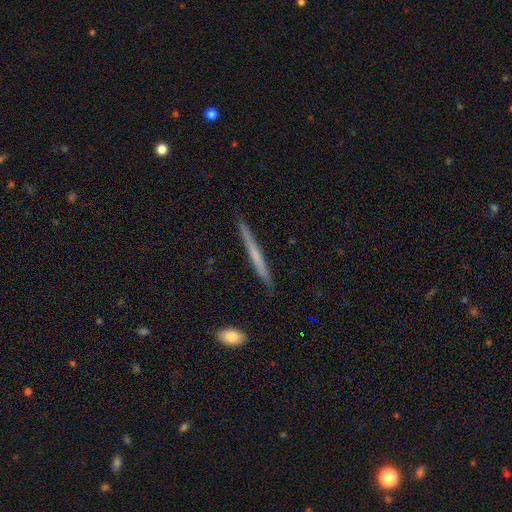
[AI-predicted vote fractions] Overall: smooth (49%; featured or disk 45%). Merging: none (89%).